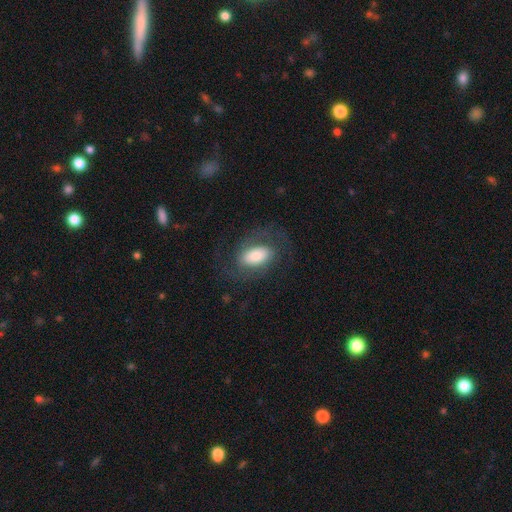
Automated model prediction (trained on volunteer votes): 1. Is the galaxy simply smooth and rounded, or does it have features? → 51% smooth, 42% featured or disk, 8% star or artifact.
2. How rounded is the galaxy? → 91% in between, 6% round, 2% cigar-shaped.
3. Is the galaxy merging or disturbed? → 66% none, 16% major disturbance, 16% minor disturbance, 1% merger.